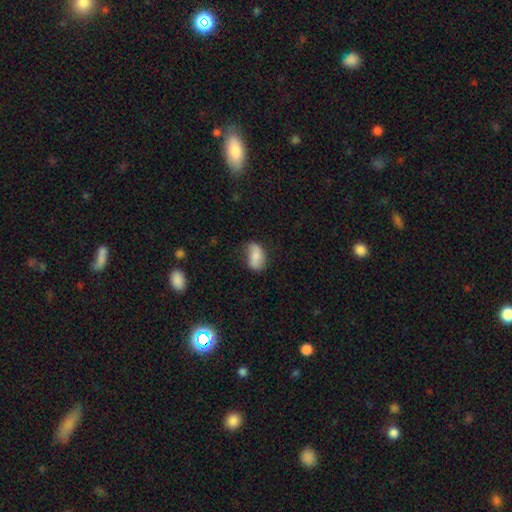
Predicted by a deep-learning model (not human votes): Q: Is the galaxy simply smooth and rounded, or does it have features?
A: smooth — 72%.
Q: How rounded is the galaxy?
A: in between — 90%.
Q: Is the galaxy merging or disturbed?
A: none — 58%.